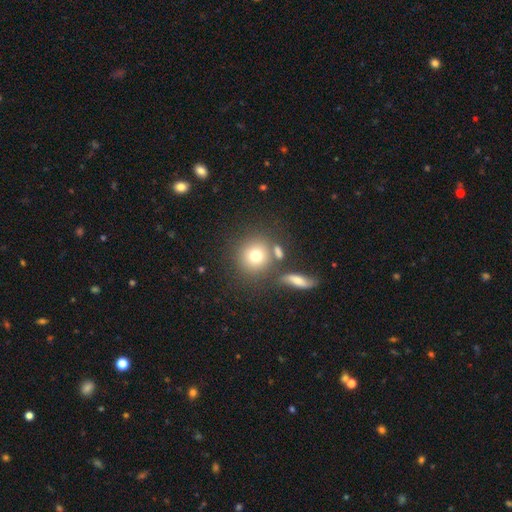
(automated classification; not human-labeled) Smooth or featured: smooth — 74% (featured or disk — 14%)
How rounded: round — 87% (in between — 11%)
Merging: none — 69% (merger — 16%)